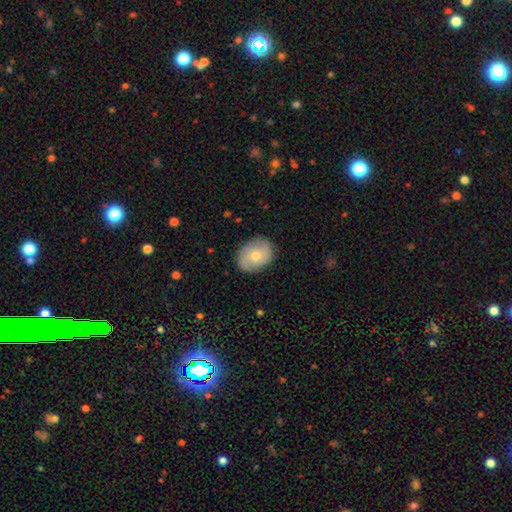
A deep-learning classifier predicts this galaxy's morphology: The model was most divided on "smooth or featured": smooth: 48%, featured or disk: 45%, star or artifact: 7%. More confident: merging — none (81%).